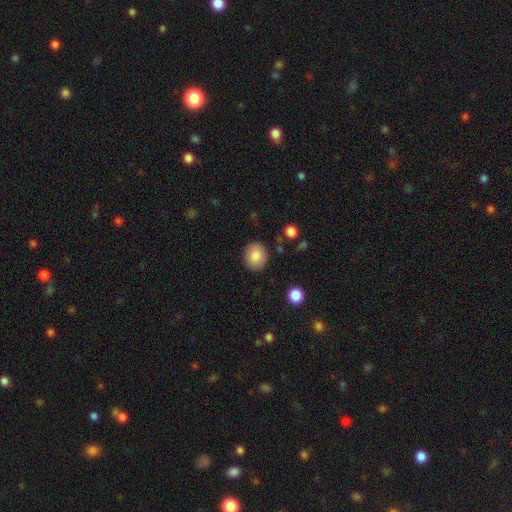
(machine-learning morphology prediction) A smooth galaxy with no disk features (85%) that is round (78%). Merging: none (88%).